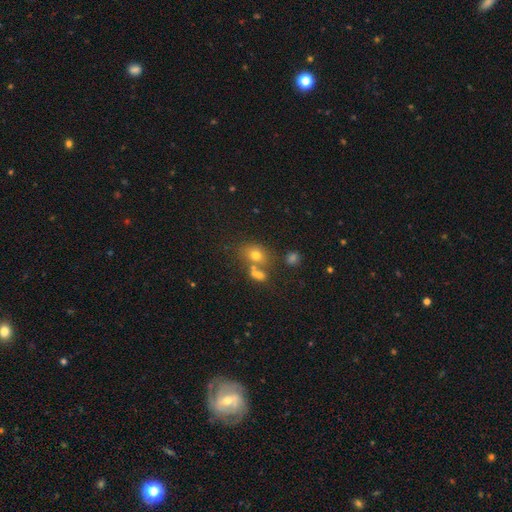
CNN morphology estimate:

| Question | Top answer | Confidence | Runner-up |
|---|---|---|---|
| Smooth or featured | smooth | 69% | star or artifact (17%) |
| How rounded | round | 50% | in between (49%) |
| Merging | none | 50% | merger (33%) |